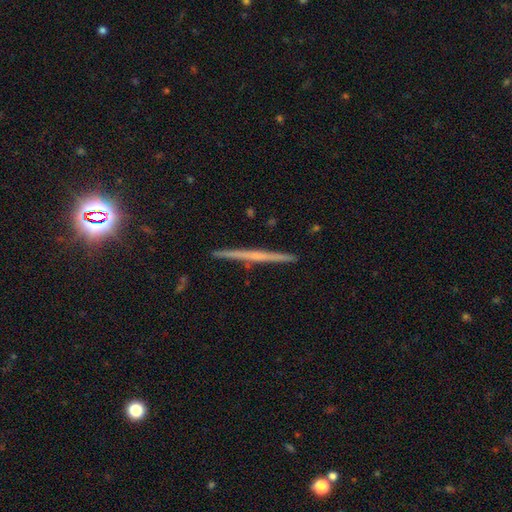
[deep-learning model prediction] Morphology: type=featured or disk (64%); edge-on=yes (98%); edge-on bulge=none (70%); merging=none (92%).